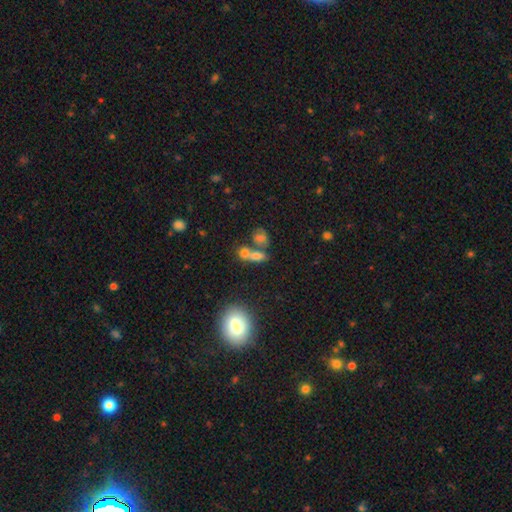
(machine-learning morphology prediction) This is likely a smooth galaxy (67%). How rounded: likely in between (63%). Merging: possibly merger (50%).